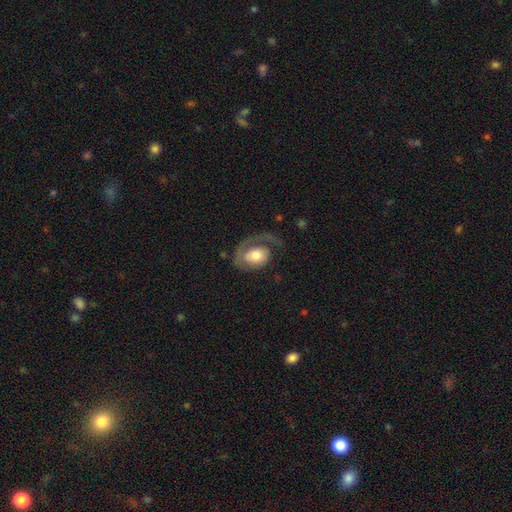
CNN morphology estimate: A featured or disk galaxy (64%) with no bar (76%), 1 (79%) tight (40%) spiral arms (83%) and a moderate central bulge (49%). Merging: none (44%).